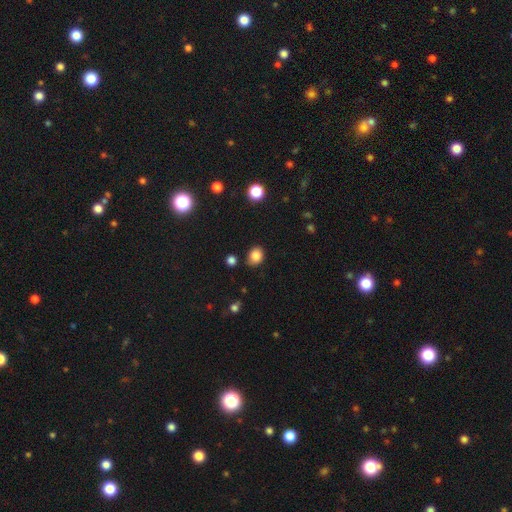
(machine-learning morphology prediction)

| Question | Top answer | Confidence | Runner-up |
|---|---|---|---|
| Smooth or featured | smooth | 84% | star or artifact (11%) |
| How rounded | round | 54% | in between (45%) |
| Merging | none | 79% | minor disturbance (15%) |